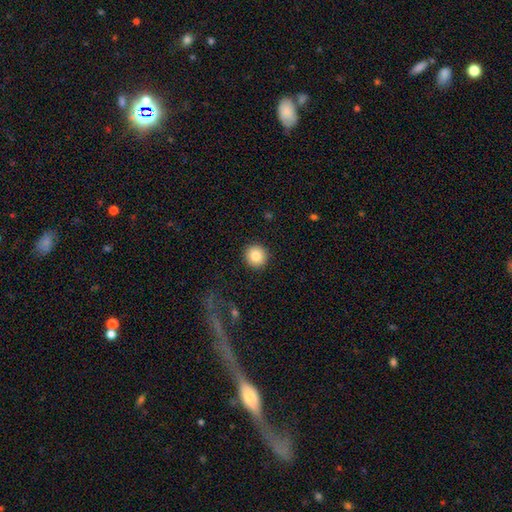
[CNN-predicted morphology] type=smooth (84%); roundness=round (94%); merging=none (92%).